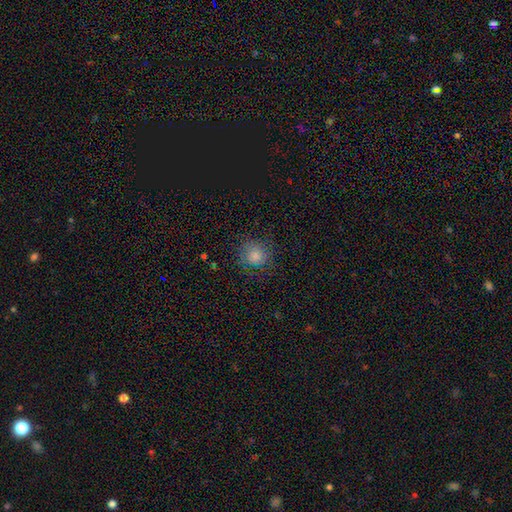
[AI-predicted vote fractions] Smooth or featured? smooth (71%)
How rounded? round (89%)
Merging? none (80%)